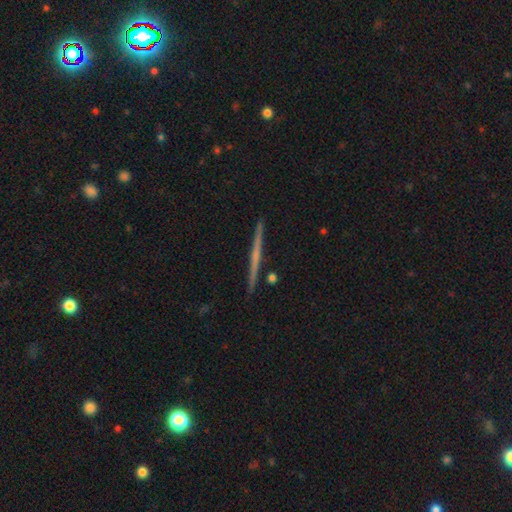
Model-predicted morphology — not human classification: A featured or disk galaxy (66%) viewed edge-on (98%) with no central bulge (74%). Merging: none (93%).